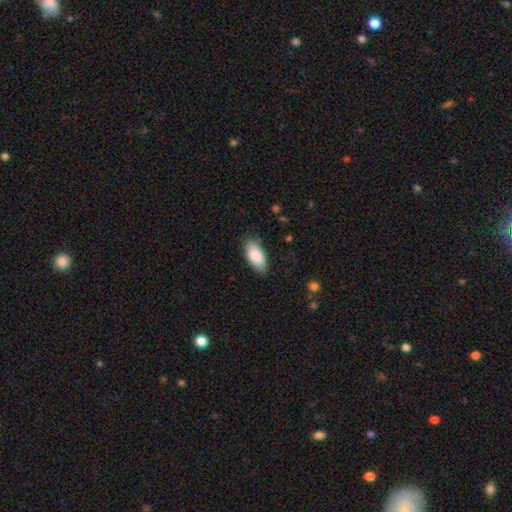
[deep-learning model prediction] This is clearly a smooth galaxy (87%). How rounded: clearly in between (92%). Merging: clearly none (82%).